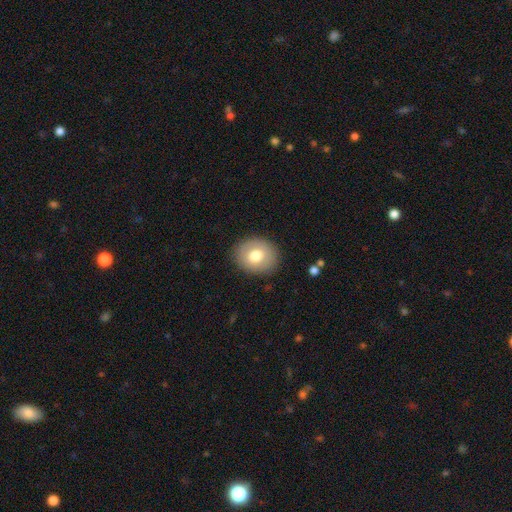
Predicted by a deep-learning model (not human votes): Overall: smooth (71%). How rounded: round (61%; in between 39%). Merging: none (87%).